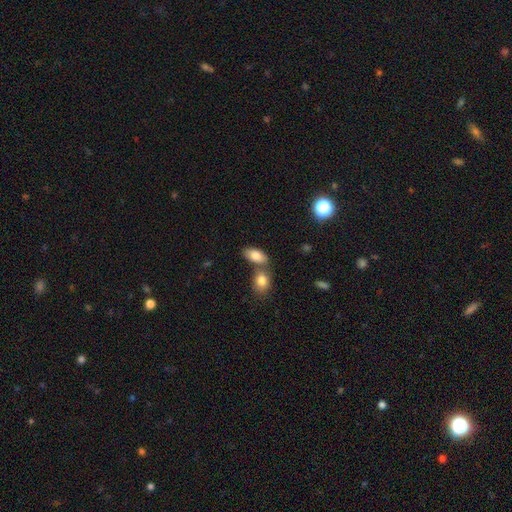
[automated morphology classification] This is clearly a smooth galaxy (84%). How rounded: clearly in between (92%). Merging: possibly none (53%).